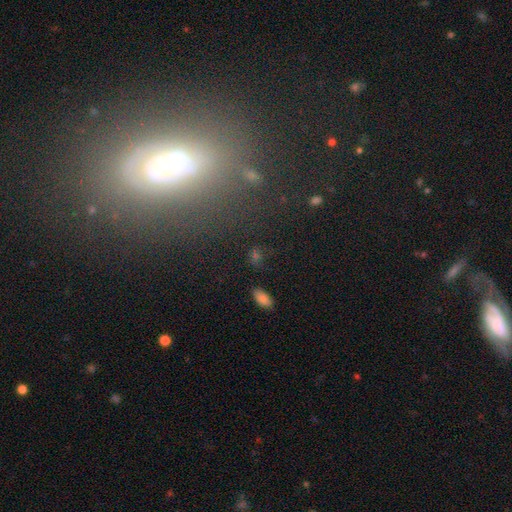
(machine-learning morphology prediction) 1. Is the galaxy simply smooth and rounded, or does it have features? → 61% smooth, 27% star or artifact, 12% featured or disk.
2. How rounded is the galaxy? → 75% in between, 14% round, 10% cigar-shaped.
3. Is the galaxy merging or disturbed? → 81% none, 11% minor disturbance, 5% major disturbance, 4% merger.